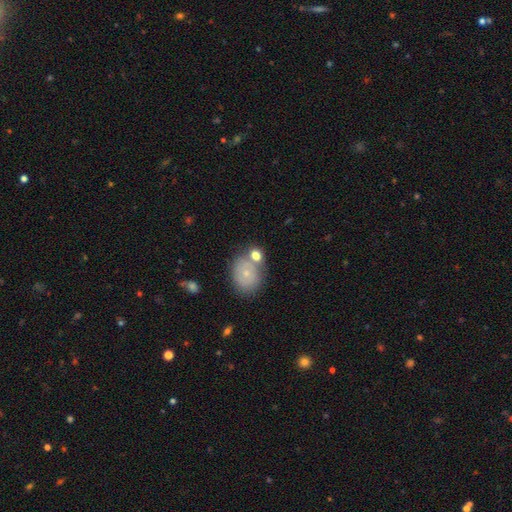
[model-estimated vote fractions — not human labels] smooth 64%, featured or disk 25%, star or artifact 10%. Down the decision tree: how rounded — round (60%); merging — none (49%).